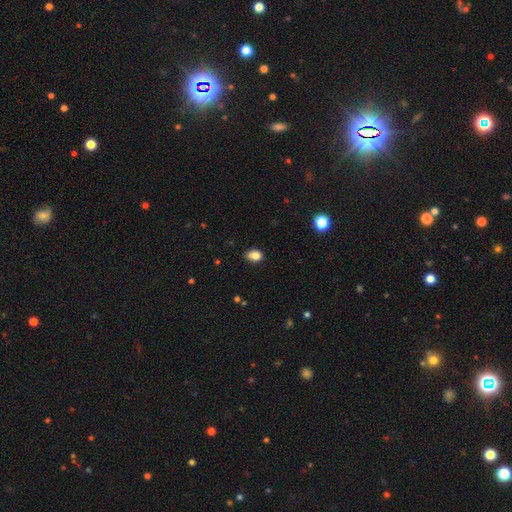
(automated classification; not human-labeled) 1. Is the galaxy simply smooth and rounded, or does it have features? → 87% smooth, 10% star or artifact, 4% featured or disk.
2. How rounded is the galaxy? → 76% in between, 22% round, 1% cigar-shaped.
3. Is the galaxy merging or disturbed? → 85% none, 12% minor disturbance, 2% major disturbance, 1% merger.